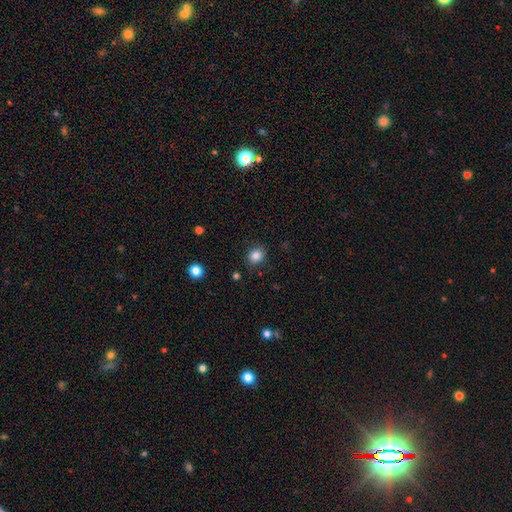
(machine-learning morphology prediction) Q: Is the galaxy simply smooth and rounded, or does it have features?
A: smooth — 84%.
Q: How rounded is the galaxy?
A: round — 68%.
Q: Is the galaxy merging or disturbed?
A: none — 86%.